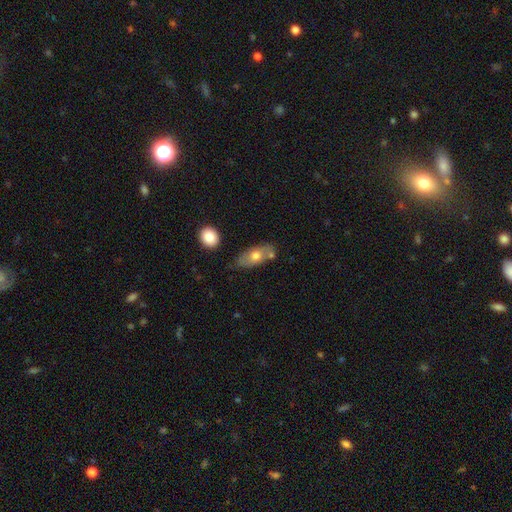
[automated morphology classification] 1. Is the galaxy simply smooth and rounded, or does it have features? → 66% smooth, 27% featured or disk, 7% star or artifact.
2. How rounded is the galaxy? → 84% in between, 10% cigar-shaped, 6% round.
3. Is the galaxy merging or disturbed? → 63% none, 19% minor disturbance, 13% merger, 5% major disturbance.